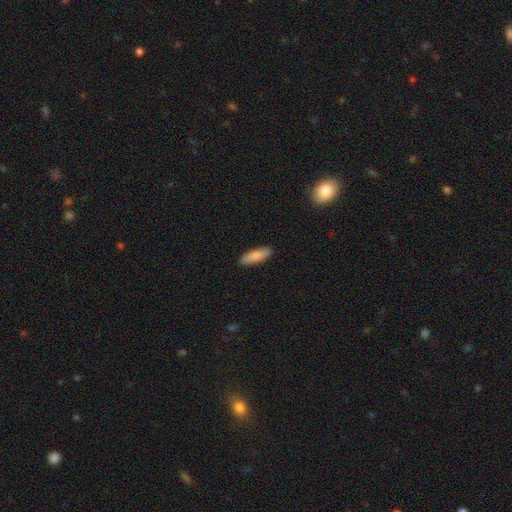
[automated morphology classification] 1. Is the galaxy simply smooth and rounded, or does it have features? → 86% smooth, 8% featured or disk, 5% star or artifact.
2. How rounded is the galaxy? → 54% in between, 44% cigar-shaped, 2% round.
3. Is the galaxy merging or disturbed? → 90% none, 8% minor disturbance, 2% major disturbance, 1% merger.